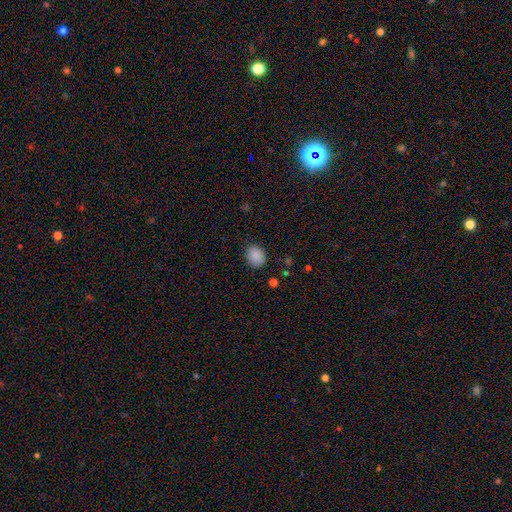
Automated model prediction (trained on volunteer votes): smooth 88%, star or artifact 8%, featured or disk 4%. Down the decision tree: how rounded — in between (52%); merging — none (84%).